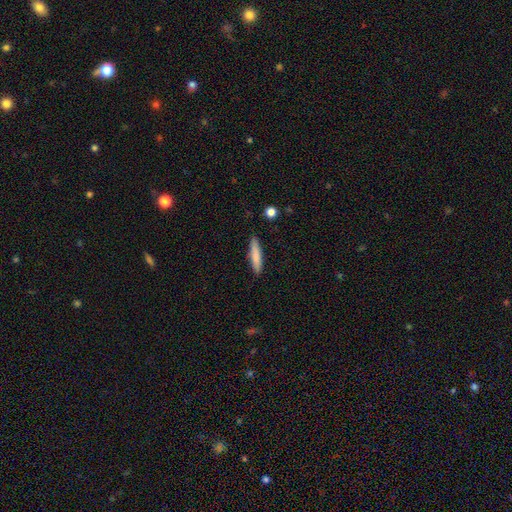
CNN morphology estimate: smooth 80%, featured or disk 14%, star or artifact 6%. Down the decision tree: how rounded — cigar-shaped (85%); merging — none (87%).